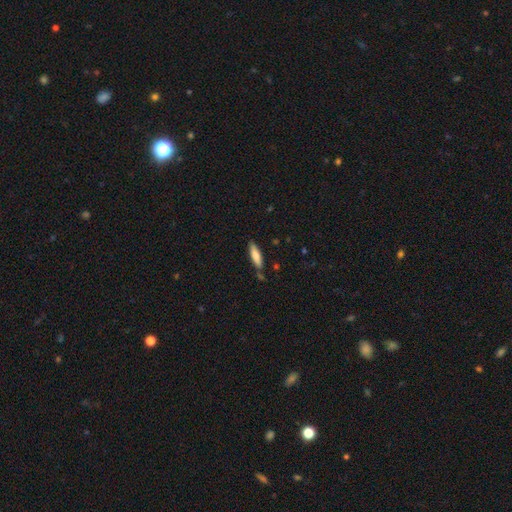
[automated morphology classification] A smooth galaxy with no disk features (72%) that is cigar-shaped (67%). Merging: none (76%).